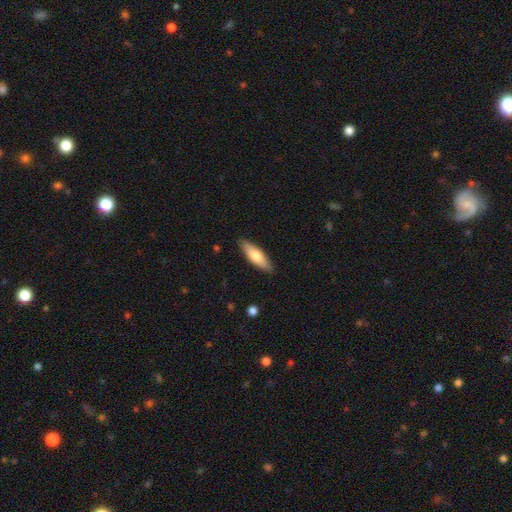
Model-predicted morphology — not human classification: Smooth or featured?
  - smooth: 69% *
  - featured or disk: 26%
  - star or artifact: 5%
How rounded?
  - cigar-shaped: 50% *
  - in between: 48%
  - round: 2%
Merging?
  - none: 88% *
  - minor disturbance: 9%
  - major disturbance: 2%
  - merger: 1%